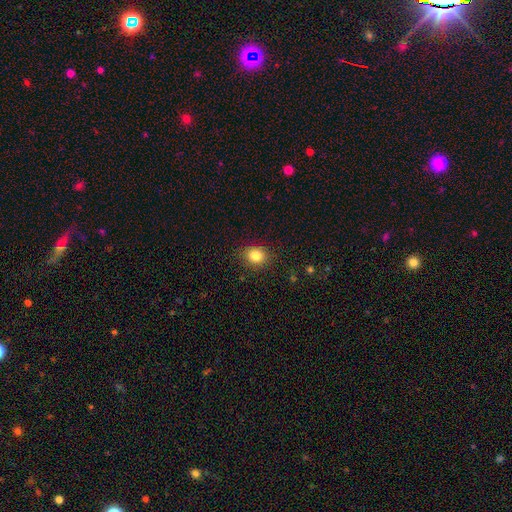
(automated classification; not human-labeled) smooth_or_featured: smooth (p=0.83) [alt: star or artifact p=0.11]
how_rounded: round (p=0.62) [alt: in between p=0.37]
merging: none (p=0.87) [alt: minor disturbance p=0.09]